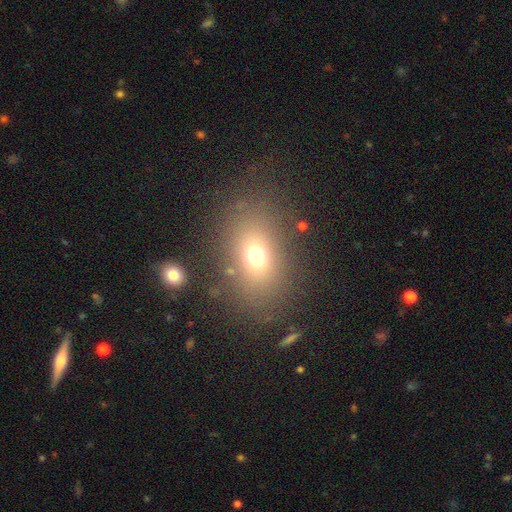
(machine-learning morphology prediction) smooth-or-featured: smooth: 69% | star or artifact: 17% | featured or disk: 14%
  how-rounded: in between: 68% | round: 30% | cigar-shaped: 2%
  merging: none: 79% | minor disturbance: 11% | major disturbance: 7% | merger: 4%